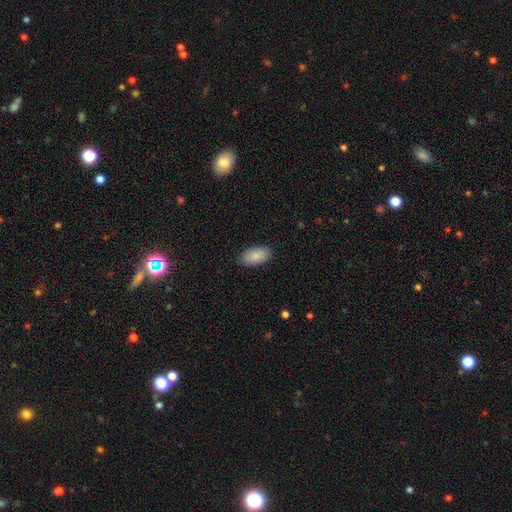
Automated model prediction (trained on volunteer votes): This appears to be a smooth galaxy with no disk features (86%) that is in between round and cigar-shaped (95%). Merging: none (86%).